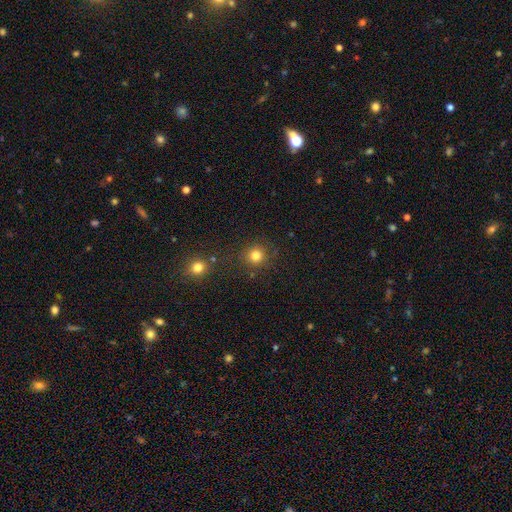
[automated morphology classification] smooth_or_featured: smooth (p=0.81) [alt: star or artifact p=0.14]
how_rounded: round (p=0.92) [alt: in between p=0.07]
merging: none (p=0.83) [alt: minor disturbance p=0.08]